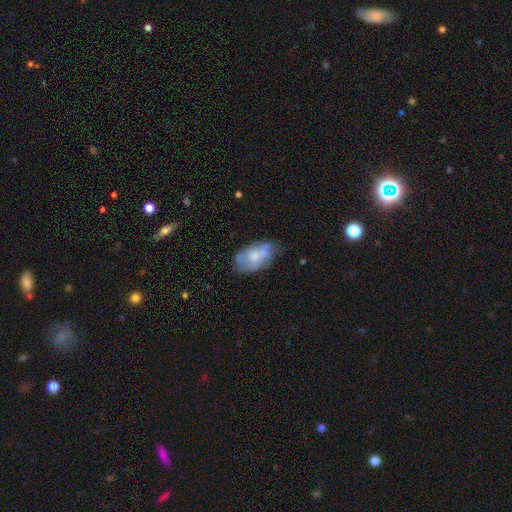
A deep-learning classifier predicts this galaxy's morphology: type=smooth (46%, tied with featured or disk); merging=none (52%).